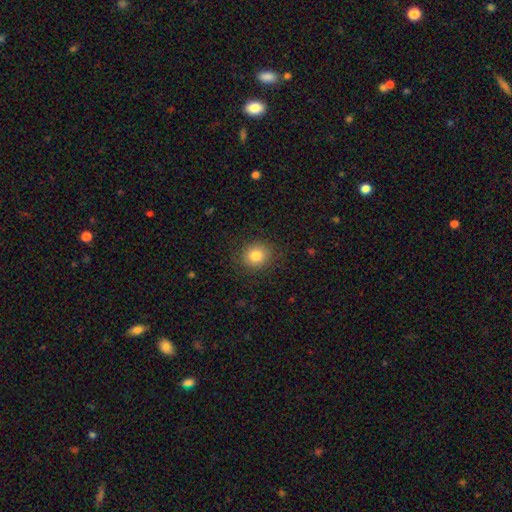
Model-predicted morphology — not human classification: Q: Smooth or featured?
A: smooth (82%); runner-up: star or artifact (10%)
Q: How rounded?
A: round (81%); runner-up: in between (19%)
Q: Merging?
A: none (87%); runner-up: minor disturbance (9%)